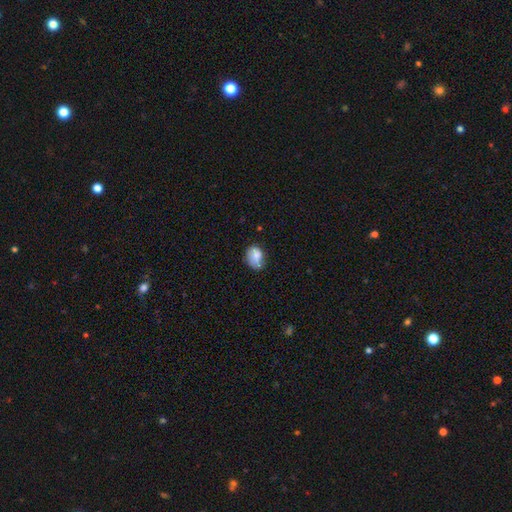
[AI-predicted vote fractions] Smooth or featured? Predicted: smooth (p=0.75). How rounded? Predicted: in between (p=0.69). Merging? Predicted: none (p=0.47).